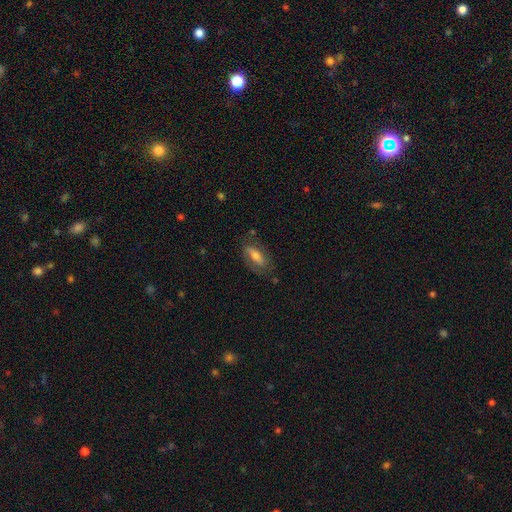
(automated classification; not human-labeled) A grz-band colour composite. It shows a smooth galaxy with no disk features (47%). Merging: none (72%).